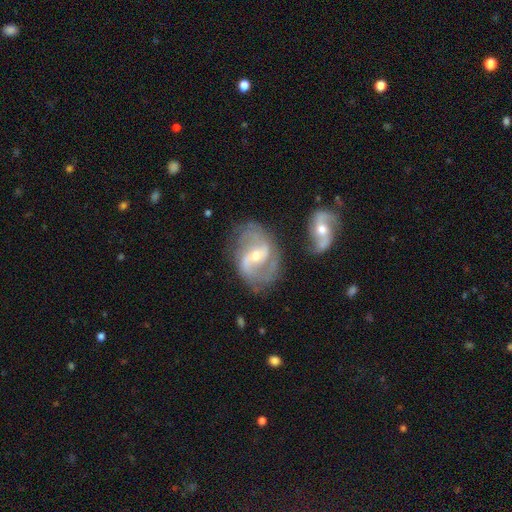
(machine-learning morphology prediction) Q: Smooth or featured?
A: featured or disk (89%); runner-up: smooth (6%)
Q: Edge-on disk?
A: no (97%); runner-up: yes (3%)
Q: Bar?
A: weak (44%); runner-up: strong (35%)
Q: Spiral arms?
A: yes (96%); runner-up: no (4%)
Q: Spiral winding?
A: medium (49%); runner-up: loose (35%)
Q: Spiral arm count?
A: 2 (86%); runner-up: can't tell (5%)
Q: Bulge size?
A: moderate (51%); runner-up: small (46%)
Q: Merging?
A: none (65%); runner-up: minor disturbance (18%)